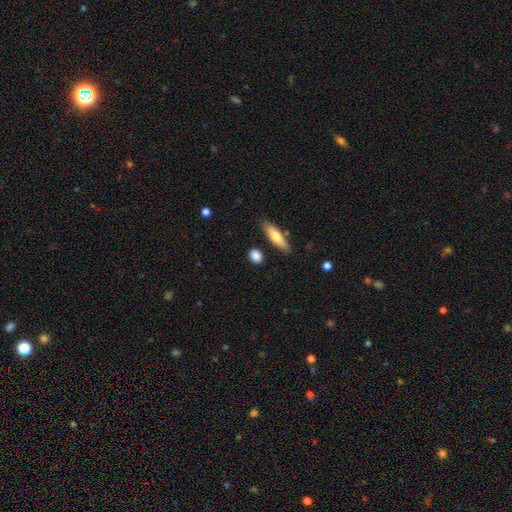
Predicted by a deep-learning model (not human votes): smooth 83%, featured or disk 9%, star or artifact 7%. Down the decision tree: how rounded — in between (50%); merging — none (82%).